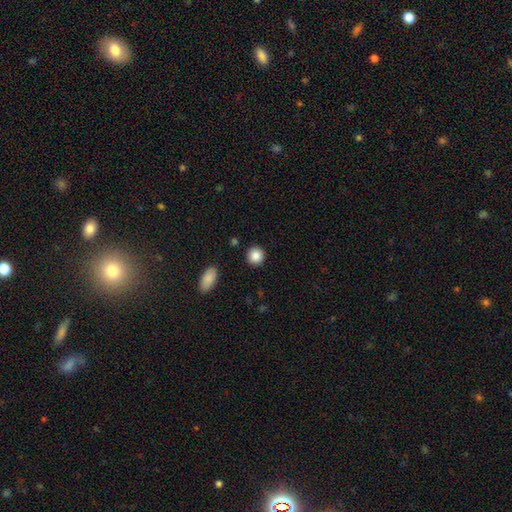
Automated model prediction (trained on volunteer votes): smooth 87%, star or artifact 9%, featured or disk 4%. Down the decision tree: how rounded — round (91%); merging — none (90%).